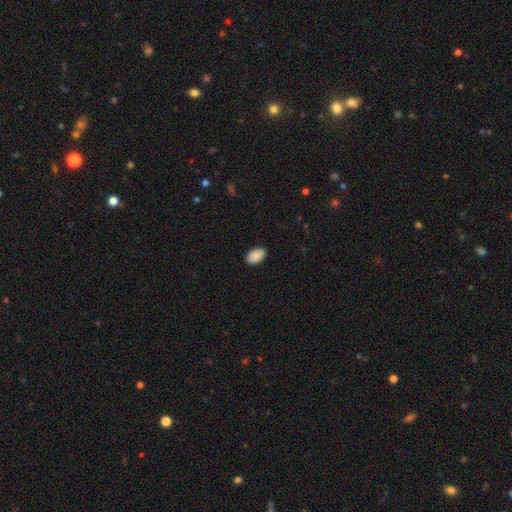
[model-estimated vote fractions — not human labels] Smooth or featured? Predicted: smooth (p=0.90). How rounded? Predicted: in between (p=0.94). Merging? Predicted: none (p=0.89).